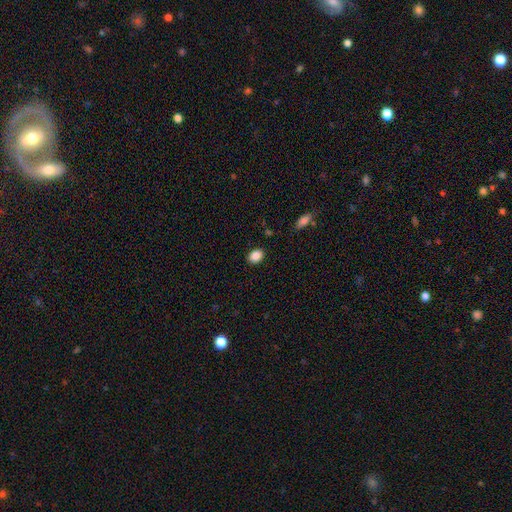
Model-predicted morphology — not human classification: Smooth or featured: smooth — 88% (star or artifact — 9%)
How rounded: in between — 65% (round — 34%)
Merging: none — 88% (minor disturbance — 8%)